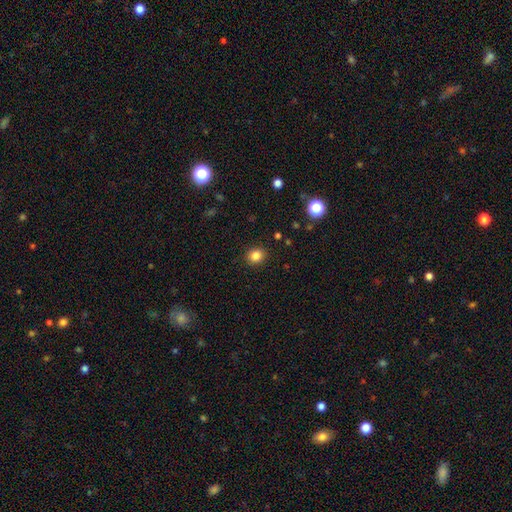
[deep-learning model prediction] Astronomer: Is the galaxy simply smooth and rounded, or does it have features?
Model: smooth — 84%.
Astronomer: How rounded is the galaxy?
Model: round — 78%.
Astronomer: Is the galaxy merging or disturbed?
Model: none — 91%.